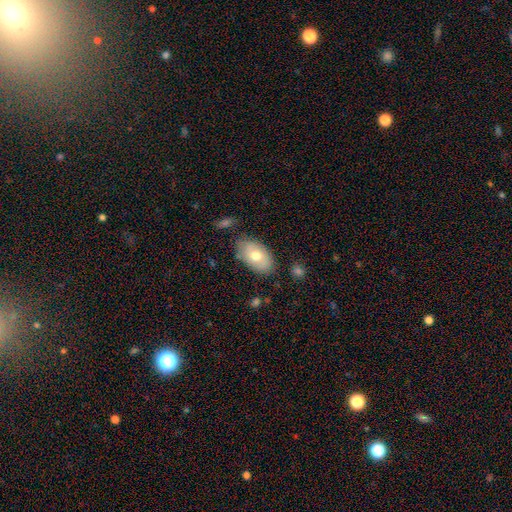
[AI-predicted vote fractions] This appears to be a smooth galaxy with no disk features (66%) that is in between round and cigar-shaped (92%). Merging: none (77%).